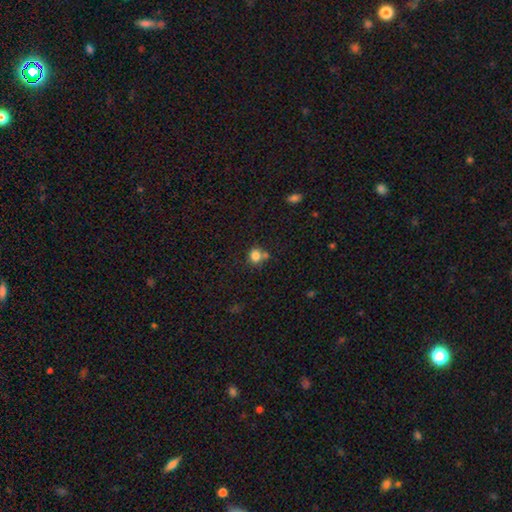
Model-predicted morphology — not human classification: Smooth or featured? smooth (82%)
How rounded? round (78%)
Merging? none (58%)